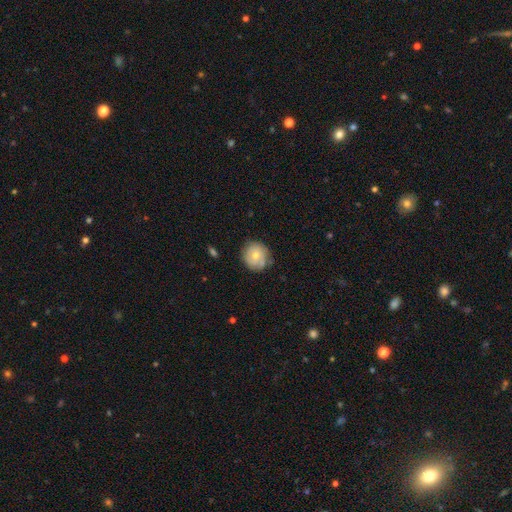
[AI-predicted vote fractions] Smooth or featured? smooth (56%)
How rounded? round (88%)
Merging? none (75%)